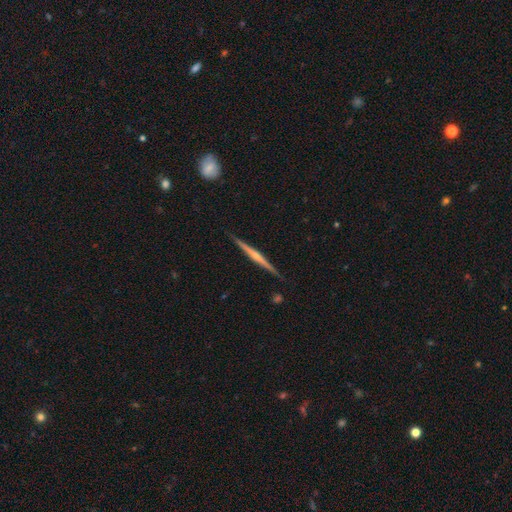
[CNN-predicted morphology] Overall: featured or disk (75%). Edge-on disk: yes (98%). Edge-on bulge: rounded (61%; none 28%). Merging: none (90%).